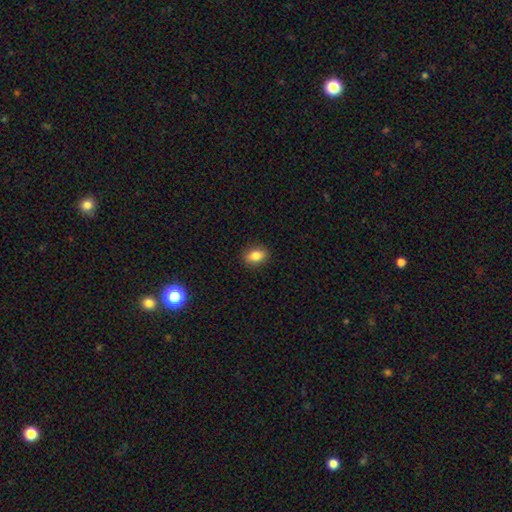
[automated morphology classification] type=smooth (84%); roundness=in between (79%); merging=none (89%).